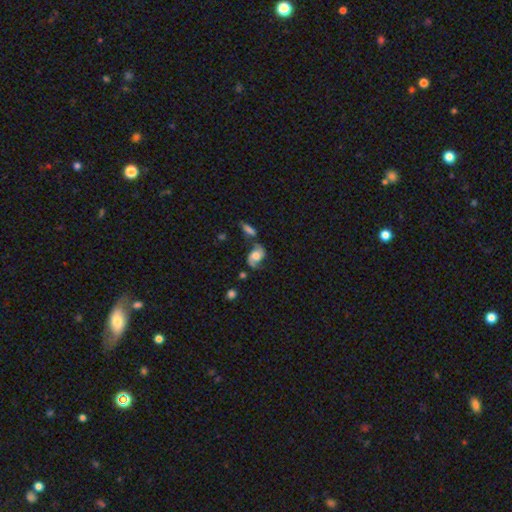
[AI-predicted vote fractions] Q: Smooth or featured?
A: featured or disk (70%); runner-up: smooth (22%)
Q: Edge-on disk?
A: no (96%); runner-up: yes (4%)
Q: Bar?
A: no (64%); runner-up: weak (29%)
Q: Spiral arms?
A: yes (93%); runner-up: no (7%)
Q: Spiral winding?
A: medium (44%); runner-up: loose (41%)
Q: Spiral arm count?
A: 2 (90%); runner-up: can't tell (4%)
Q: Bulge size?
A: moderate (44%); runner-up: large (33%)
Q: Merging?
A: none (56%); runner-up: minor disturbance (18%)